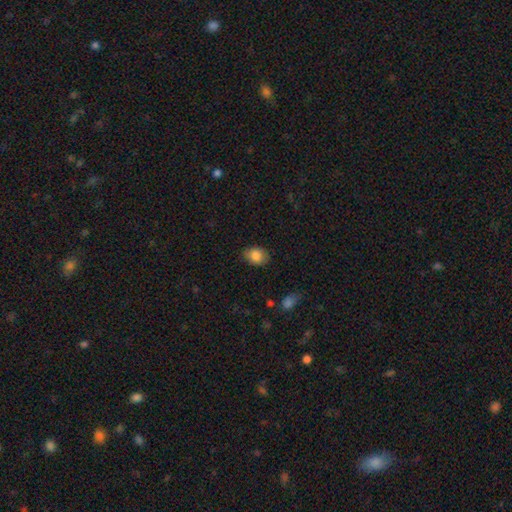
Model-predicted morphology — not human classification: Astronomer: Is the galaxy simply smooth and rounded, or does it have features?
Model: smooth — 85%.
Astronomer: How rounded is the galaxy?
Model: in between — 66%.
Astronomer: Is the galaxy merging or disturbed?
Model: none — 81%.